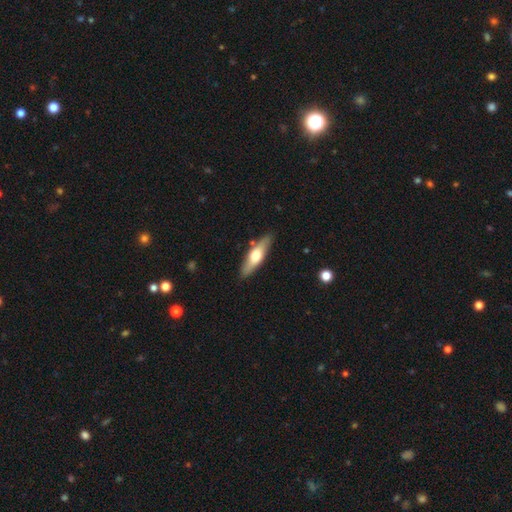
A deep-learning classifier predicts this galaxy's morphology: A smooth galaxy with no disk features (50%).

Vote fractions:
- Smooth or featured? smooth: 50% / featured or disk: 45% / star or artifact: 5%
- Merging? none: 86% / minor disturbance: 10% / merger: 2% / major disturbance: 2%